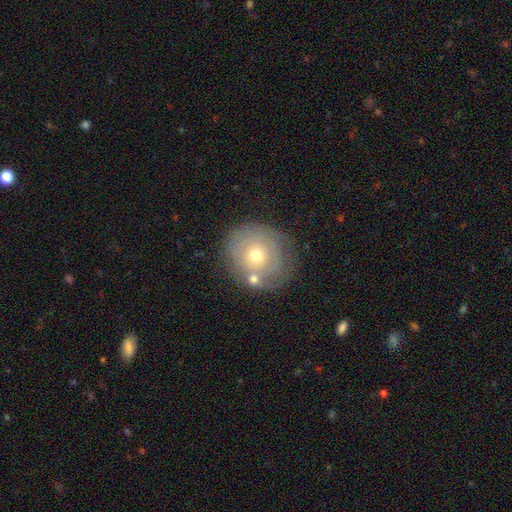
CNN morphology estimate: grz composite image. It shows a featured or disk galaxy (48%). Merging: none (66%).